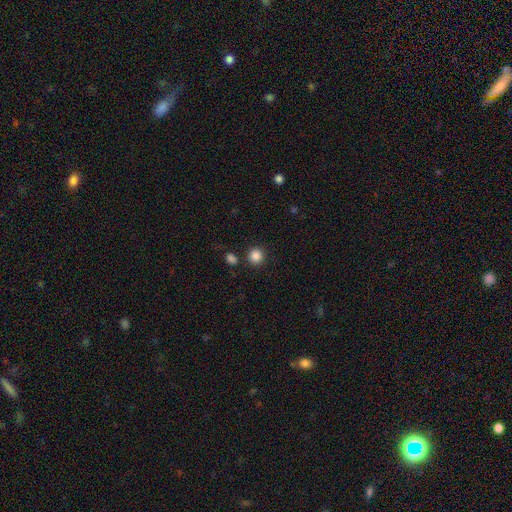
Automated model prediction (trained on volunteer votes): This is clearly a smooth galaxy (86%). How rounded: clearly round (92%). Merging: clearly none (86%).